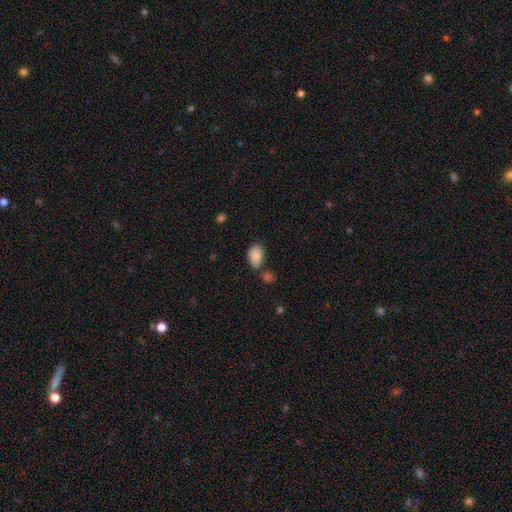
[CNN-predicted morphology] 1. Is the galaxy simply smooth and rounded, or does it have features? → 86% smooth, 8% star or artifact, 6% featured or disk.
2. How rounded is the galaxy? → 89% in between, 10% round, 1% cigar-shaped.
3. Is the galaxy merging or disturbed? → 61% none, 21% minor disturbance, 13% merger, 5% major disturbance.